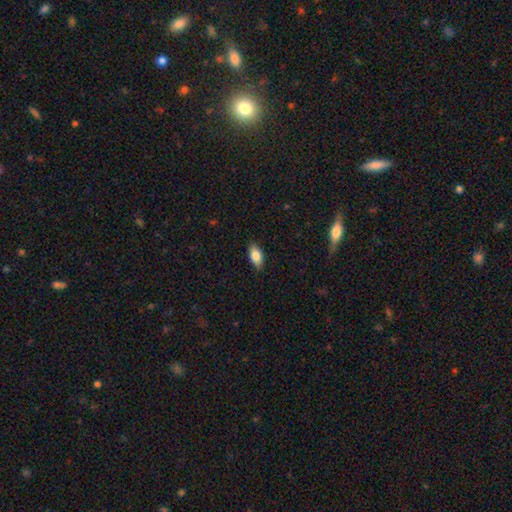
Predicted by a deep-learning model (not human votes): A smooth galaxy with no disk features (79%) that is in between round and cigar-shaped (88%).

Vote fractions:
- Smooth or featured? smooth: 79% / featured or disk: 14% / star or artifact: 7%
- How rounded? in between: 88% / cigar-shaped: 8% / round: 4%
- Merging? none: 86% / minor disturbance: 11% / major disturbance: 2% / merger: 1%